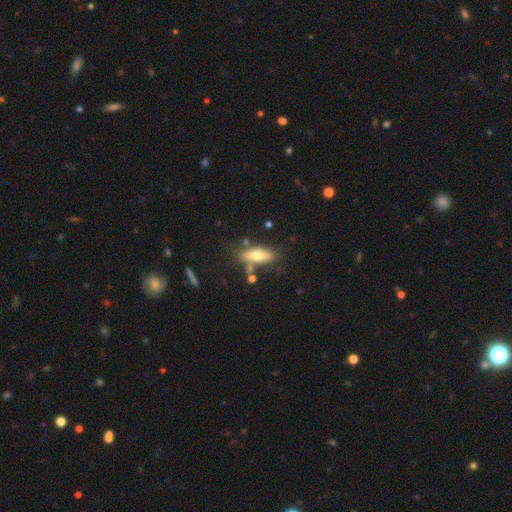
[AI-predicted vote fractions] Smooth or featured?
  - smooth: 62% *
  - featured or disk: 30%
  - star or artifact: 7%
How rounded?
  - in between: 57% *
  - cigar-shaped: 40%
  - round: 3%
Merging?
  - none: 71% *
  - minor disturbance: 15%
  - merger: 10%
  - major disturbance: 4%